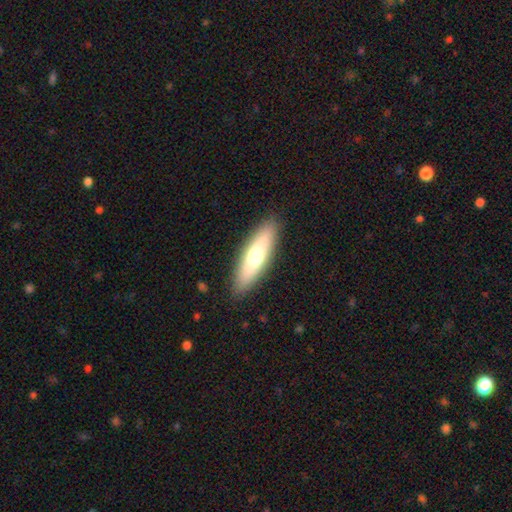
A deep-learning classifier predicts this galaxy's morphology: smooth_or_featured: smooth (p=0.59) [alt: featured or disk p=0.34]
how_rounded: cigar-shaped (p=0.62) [alt: in between p=0.36]
merging: none (p=0.89) [alt: minor disturbance p=0.08]